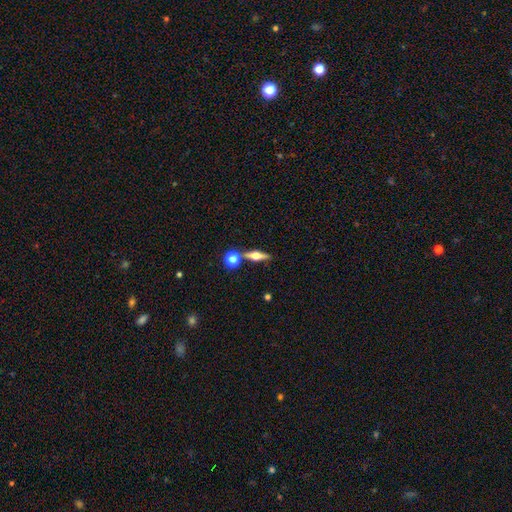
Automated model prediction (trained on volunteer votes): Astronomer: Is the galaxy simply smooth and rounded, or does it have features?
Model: featured or disk — 60%.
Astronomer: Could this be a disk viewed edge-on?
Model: yes — 94%.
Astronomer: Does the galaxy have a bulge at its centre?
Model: rounded — 95%.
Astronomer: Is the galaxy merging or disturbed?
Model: none — 76%.